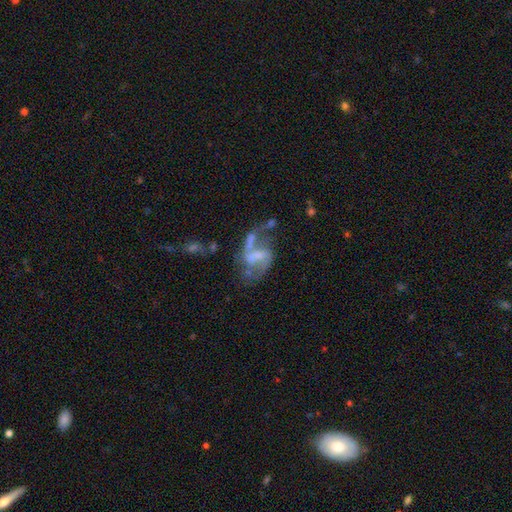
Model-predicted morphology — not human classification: A featured or disk galaxy (76%) with a weak bar (42%), 2 (79%) loose (61%) spiral arms (74%) and no central bulge (42%).

Vote fractions:
- Smooth or featured? featured or disk: 76% / smooth: 15% / star or artifact: 10%
- Edge-on disk? no: 97% / yes: 3%
- Bar? weak: 42% / no: 30% / strong: 28%
- Spiral arms? yes: 74% / no: 26%
- Spiral winding? loose: 61% / medium: 31% / tight: 7%
- Spiral arm count? 2: 79% / 1: 9% / can't tell: 8% / 3: 2% / 4: 1% / more than 4: 1%
- Bulge size? none: 42% / small: 26% / moderate: 23% / large: 7% / dominant: 2%
- Merging? major disturbance: 35% / none: 30% / merger: 18% / minor disturbance: 17%